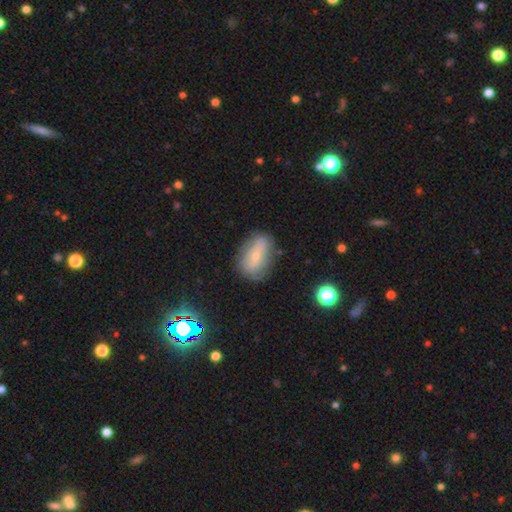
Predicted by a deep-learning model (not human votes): A smooth galaxy with no disk features (53%) that is in between round and cigar-shaped (84%).

Vote fractions:
- Smooth or featured? smooth: 53% / featured or disk: 37% / star or artifact: 10%
- How rounded? in between: 84% / round: 12% / cigar-shaped: 5%
- Merging? none: 75% / minor disturbance: 18% / major disturbance: 5% / merger: 2%